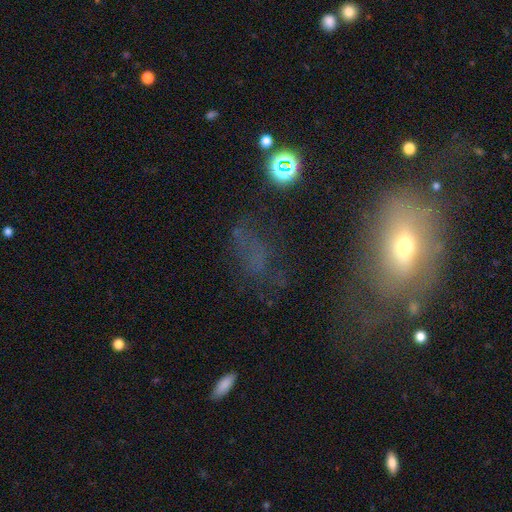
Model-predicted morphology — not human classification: smooth 43%, featured or disk 29%, star or artifact 28%. Down the decision tree: merging — none (48%).